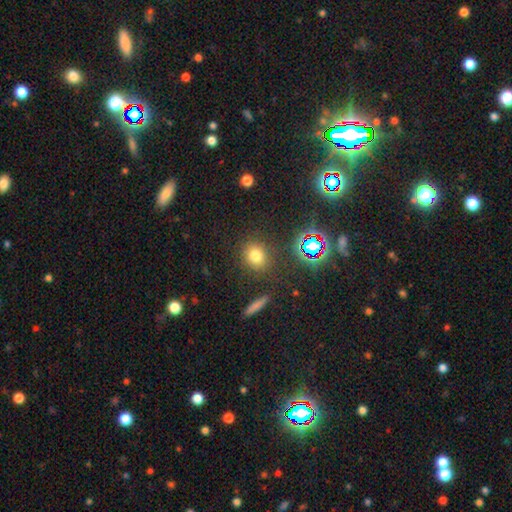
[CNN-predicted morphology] The model was most divided on "how rounded": round: 73%, in between: 25%, cigar-shaped: 2%. More confident: merging — none (85%); smooth or featured — smooth (74%).